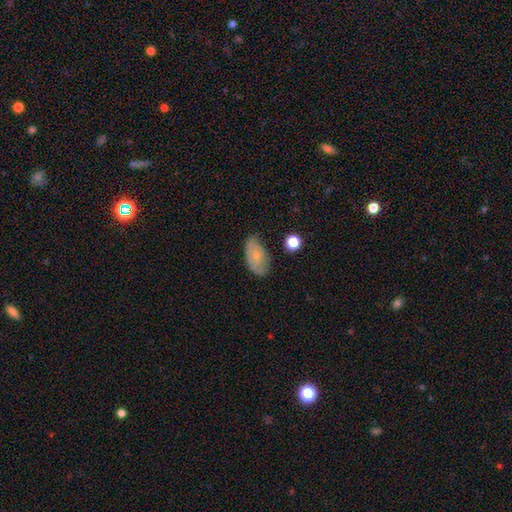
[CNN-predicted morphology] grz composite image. It shows a smooth galaxy with no disk features (57%) that is in between round and cigar-shaped (90%). Merging: none (54%).